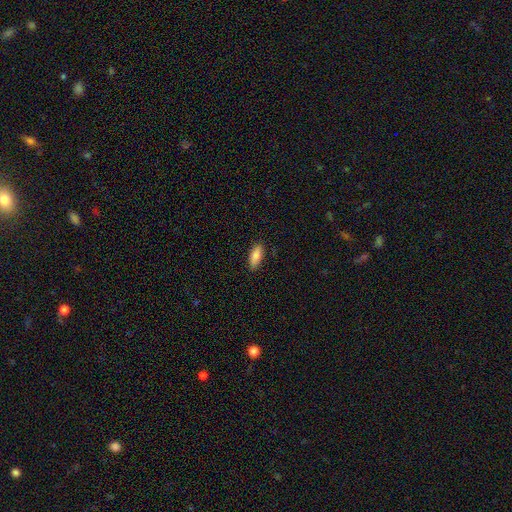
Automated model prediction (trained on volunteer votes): smooth-or-featured: smooth: 85% | featured or disk: 9% | star or artifact: 6%
  how-rounded: in between: 77% | cigar-shaped: 21% | round: 2%
  merging: none: 86% | minor disturbance: 11% | major disturbance: 2% | merger: 1%